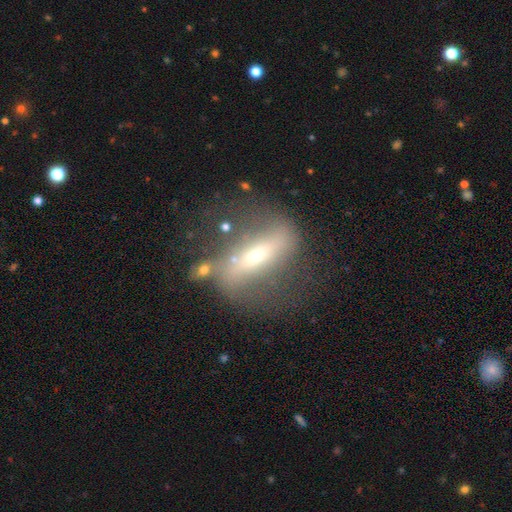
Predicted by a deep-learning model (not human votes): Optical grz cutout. It shows a featured or disk galaxy (65%). Merging: none (50%).